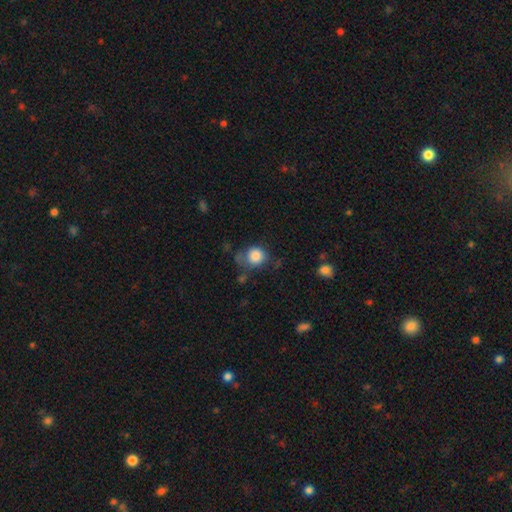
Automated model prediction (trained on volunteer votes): Smooth or featured? Predicted: smooth (p=0.83). How rounded? Predicted: round (p=0.78). Merging? Predicted: none (p=0.50).